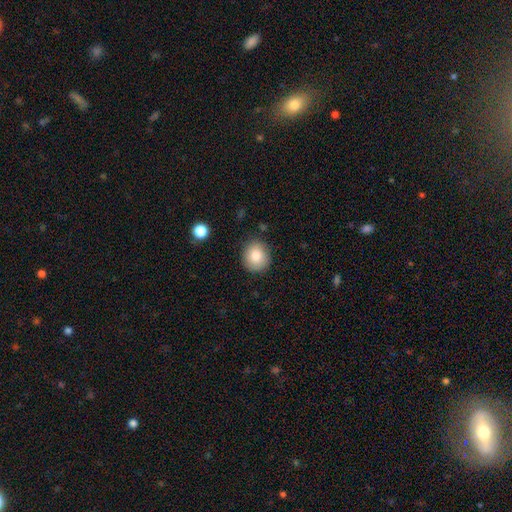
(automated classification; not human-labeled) smooth-or-featured: smooth: 82% | featured or disk: 9% | star or artifact: 9%
  how-rounded: round: 85% | in between: 14% | cigar-shaped: 1%
  merging: none: 86% | minor disturbance: 10% | major disturbance: 2% | merger: 2%